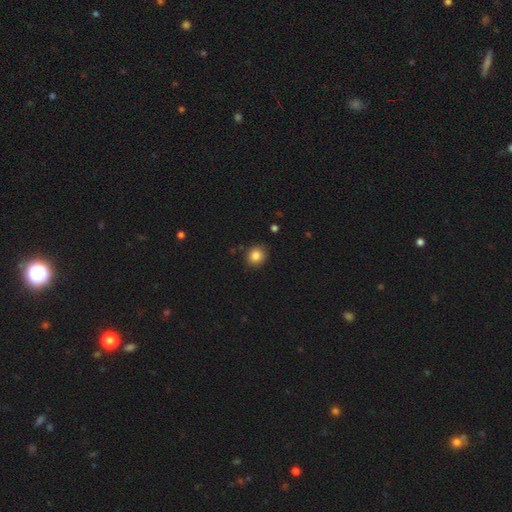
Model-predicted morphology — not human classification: type=smooth (85%); roundness=round (82%); merging=none (87%).